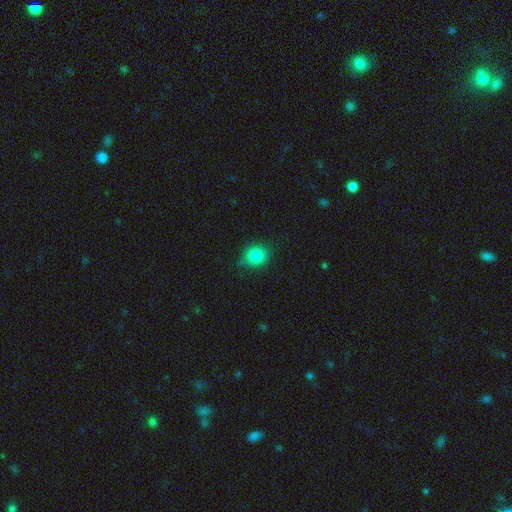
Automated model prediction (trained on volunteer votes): Smooth or featured? Predicted: smooth (p=0.84). How rounded? Predicted: round (p=0.77). Merging? Predicted: none (p=0.78).